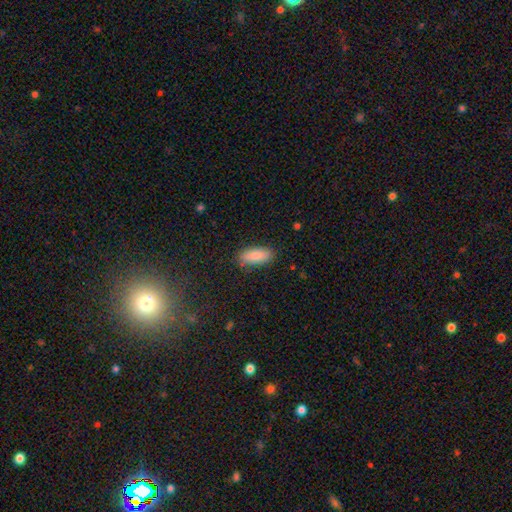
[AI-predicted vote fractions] smooth 86%, featured or disk 7%, star or artifact 7%. Down the decision tree: how rounded — in between (82%); merging — none (85%).